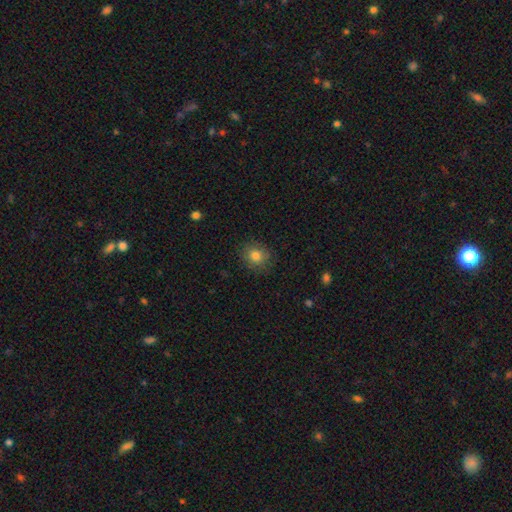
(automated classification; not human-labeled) Smooth or featured?
  - smooth: 80% *
  - star or artifact: 11%
  - featured or disk: 9%
How rounded?
  - round: 75% *
  - in between: 24%
  - cigar-shaped: 1%
Merging?
  - none: 83% *
  - minor disturbance: 12%
  - major disturbance: 3%
  - merger: 1%